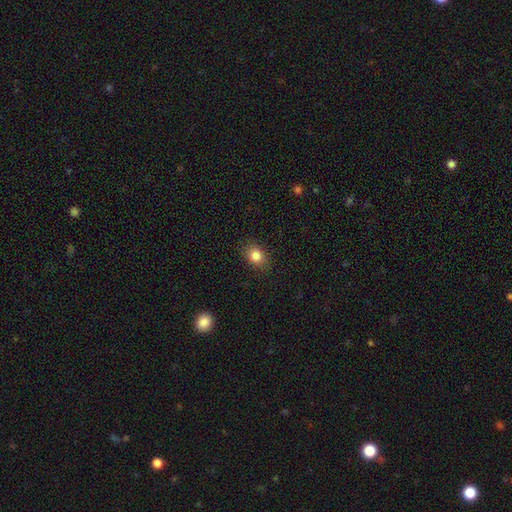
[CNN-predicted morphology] Smooth or featured: smooth — 84% (star or artifact — 10%)
How rounded: in between — 56% (round — 43%)
Merging: none — 87% (minor disturbance — 10%)